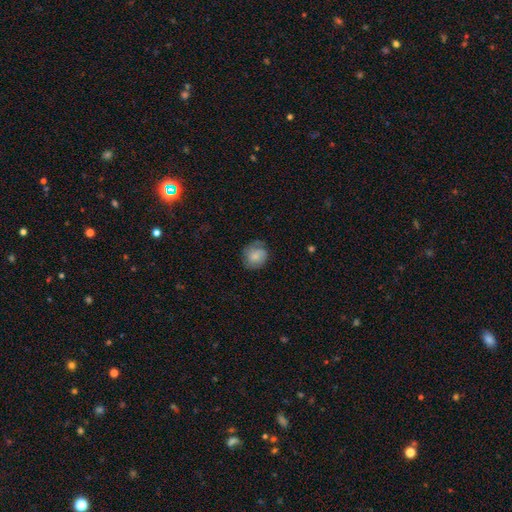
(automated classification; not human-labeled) A smooth galaxy with no disk features (71%) that is round (77%). Merging: none (64%).